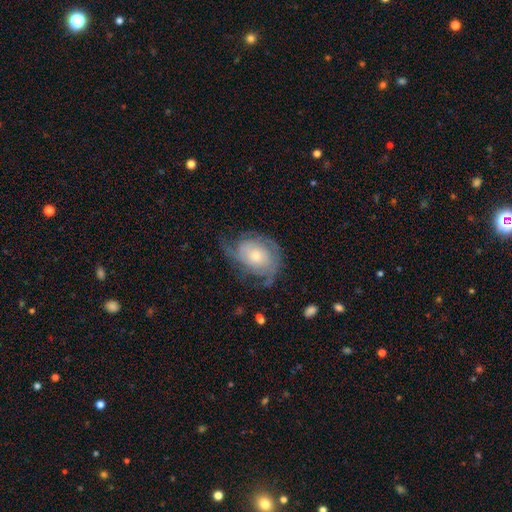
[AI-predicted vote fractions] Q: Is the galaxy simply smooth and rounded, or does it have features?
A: featured or disk — 70%.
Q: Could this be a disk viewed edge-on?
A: no — 97%.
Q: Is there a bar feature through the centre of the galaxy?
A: no — 79%.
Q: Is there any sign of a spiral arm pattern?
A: yes — 86%.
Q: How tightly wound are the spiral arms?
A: tight — 42%.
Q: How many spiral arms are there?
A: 2 — 40%.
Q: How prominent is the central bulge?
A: moderate — 47%.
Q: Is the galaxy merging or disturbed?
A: none — 51%.